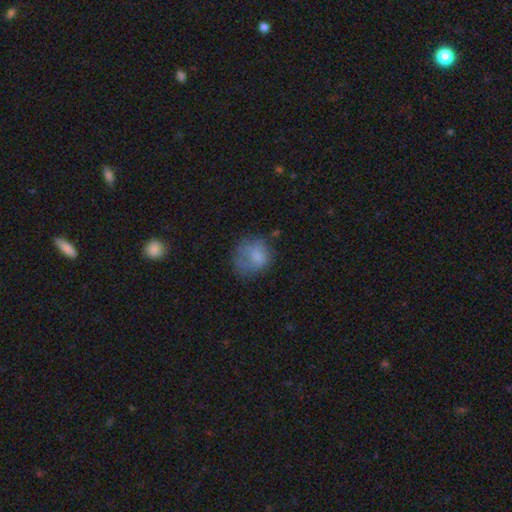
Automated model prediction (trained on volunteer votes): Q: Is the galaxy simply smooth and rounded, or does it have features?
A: smooth — 72%.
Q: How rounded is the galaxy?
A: round — 69%.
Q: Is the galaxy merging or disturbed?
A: none — 50%.